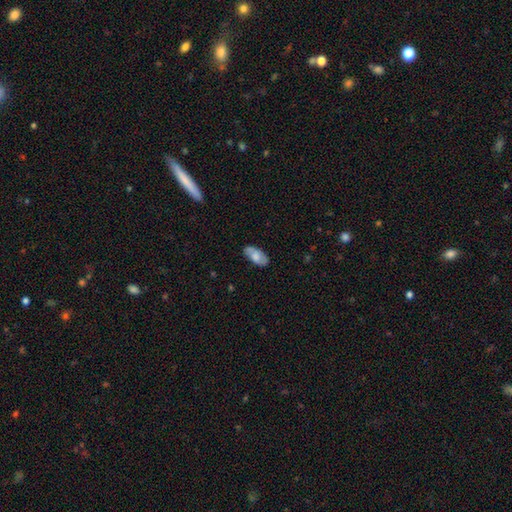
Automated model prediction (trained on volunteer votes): Morphology: type=smooth (65%); roundness=in between (92%); merging=none (79%).